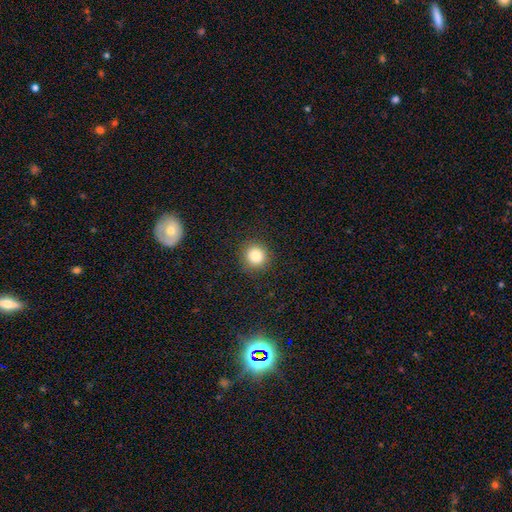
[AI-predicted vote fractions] This appears to be a smooth galaxy with no disk features (84%) that is round (91%). Merging: none (90%).